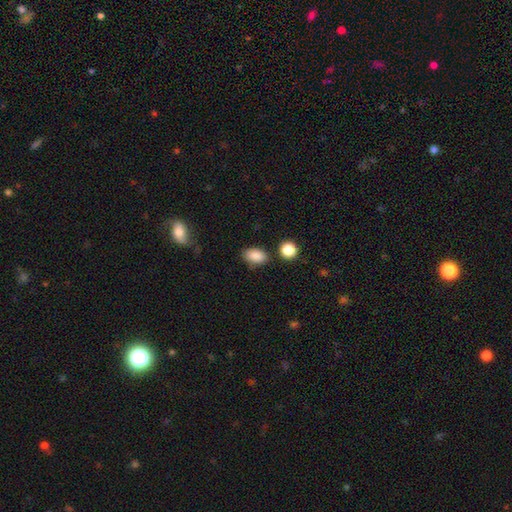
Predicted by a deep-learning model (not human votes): A smooth galaxy with no disk features (87%) that is in between round and cigar-shaped (85%).

Vote fractions:
- Smooth or featured? smooth: 87% / star or artifact: 9% / featured or disk: 4%
- How rounded? in between: 85% / round: 13% / cigar-shaped: 2%
- Merging? none: 79% / minor disturbance: 14% / merger: 4% / major disturbance: 3%